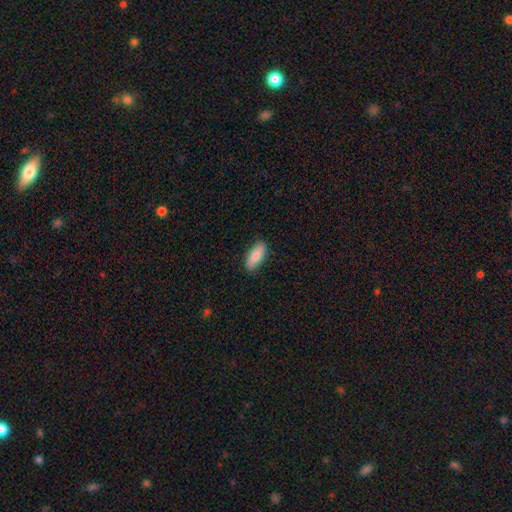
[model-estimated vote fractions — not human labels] smooth-or-featured: smooth: 78% | featured or disk: 16% | star or artifact: 6%
  how-rounded: in between: 77% | cigar-shaped: 20% | round: 2%
  merging: none: 86% | minor disturbance: 11% | major disturbance: 2% | merger: 1%